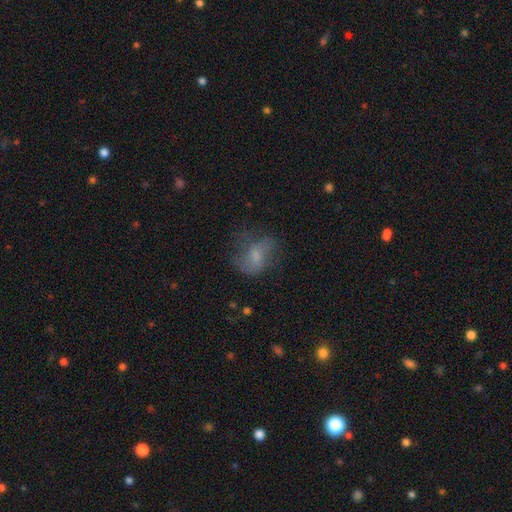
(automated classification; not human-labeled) smooth-or-featured: smooth: 48% | featured or disk: 40% | star or artifact: 12%
  merging: none: 46% | major disturbance: 27% | minor disturbance: 25% | merger: 2%